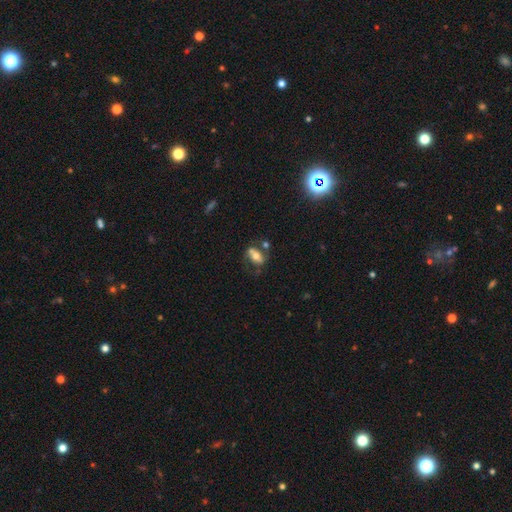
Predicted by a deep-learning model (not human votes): Q: Smooth or featured?
A: smooth (51%); runner-up: featured or disk (39%)
Q: How rounded?
A: in between (79%); runner-up: round (15%)
Q: Merging?
A: none (42%); runner-up: merger (27%)